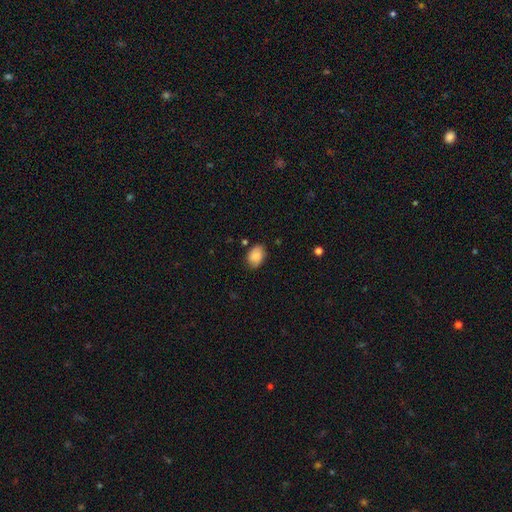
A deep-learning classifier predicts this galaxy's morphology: A smooth galaxy with no disk features (82%) that is in between round and cigar-shaped (78%). Merging: none (76%).